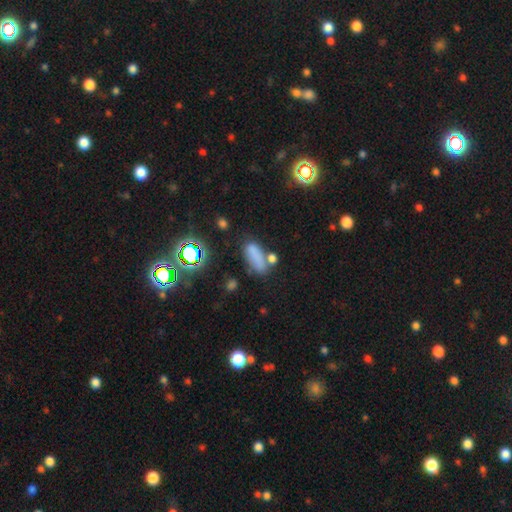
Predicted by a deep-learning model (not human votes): A smooth galaxy with no disk features (72%) that is in between round and cigar-shaped (72%). Merging: none (52%).